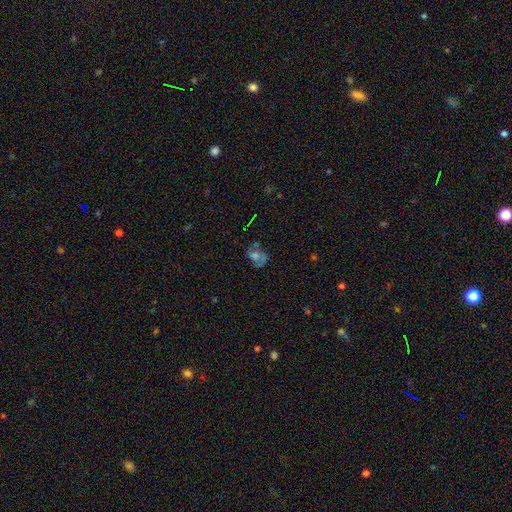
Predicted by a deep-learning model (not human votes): Smooth or featured: featured or disk — 48% (smooth — 31%)
Merging: none — 50% (major disturbance — 22%)